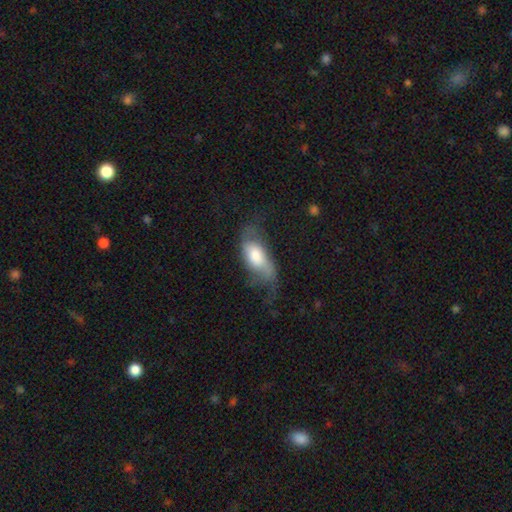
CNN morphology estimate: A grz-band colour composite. It shows a smooth galaxy with no disk features (48%). Merging: none (40%).